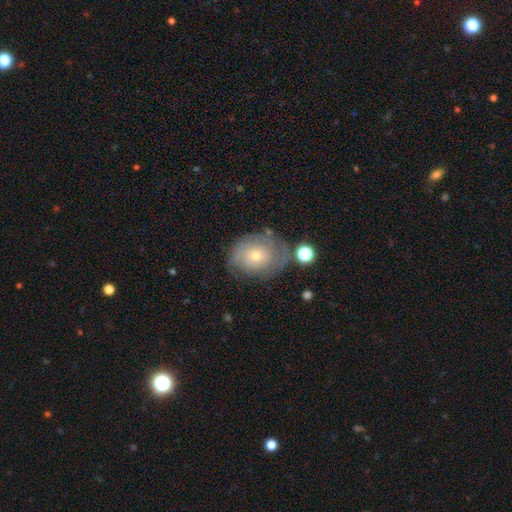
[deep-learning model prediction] This appears to be a featured or disk galaxy (52%). Merging: none (59%).